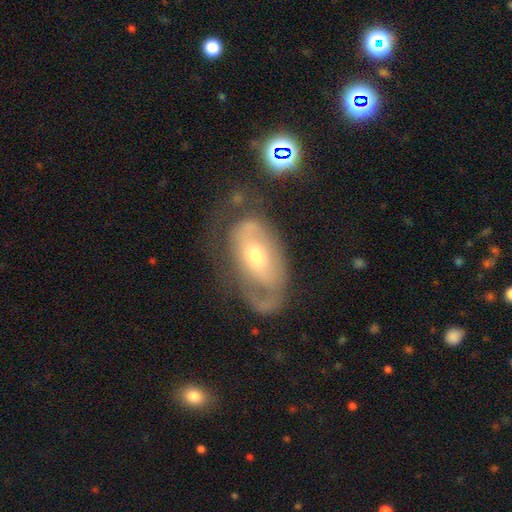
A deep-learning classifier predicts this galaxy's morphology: This appears to be a featured or disk galaxy (68%) with no bar (61%), spiral arms (68%) and a moderate central bulge (60%). Merging: none (43%).